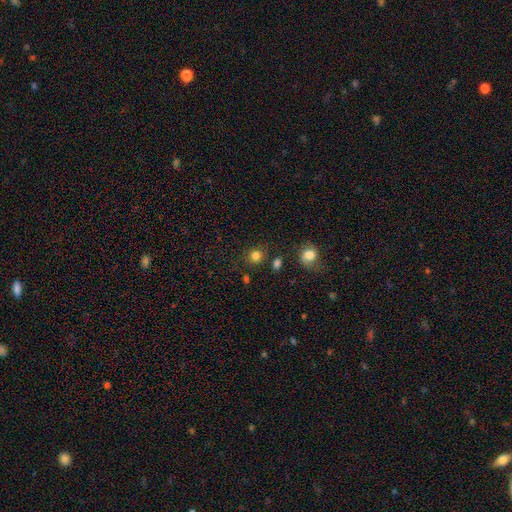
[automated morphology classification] This is clearly a smooth galaxy (82%). How rounded: clearly round (84%). Merging: clearly none (81%).